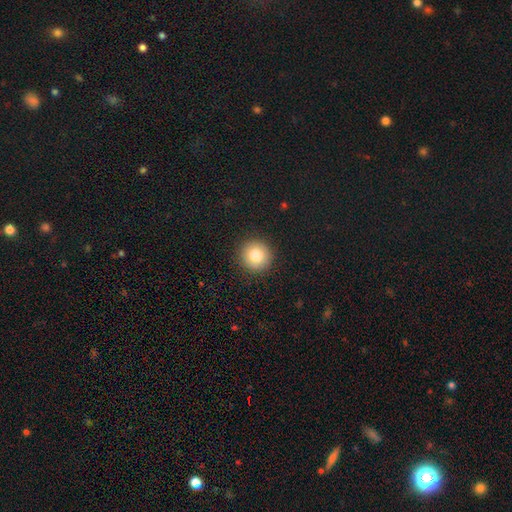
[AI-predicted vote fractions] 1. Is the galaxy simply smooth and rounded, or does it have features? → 81% smooth, 10% star or artifact, 9% featured or disk.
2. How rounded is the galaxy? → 94% round, 5% in between, 1% cigar-shaped.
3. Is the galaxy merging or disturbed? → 92% none, 5% minor disturbance, 2% major disturbance, 1% merger.